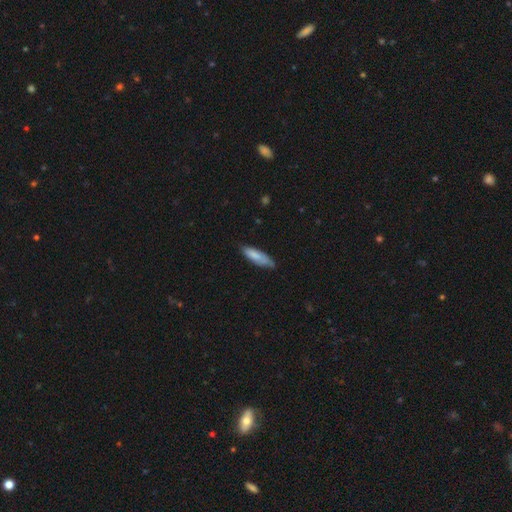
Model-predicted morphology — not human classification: Smooth or featured: smooth — 79% (featured or disk — 15%)
How rounded: cigar-shaped — 55% (in between — 44%)
Merging: none — 67% (minor disturbance — 27%)